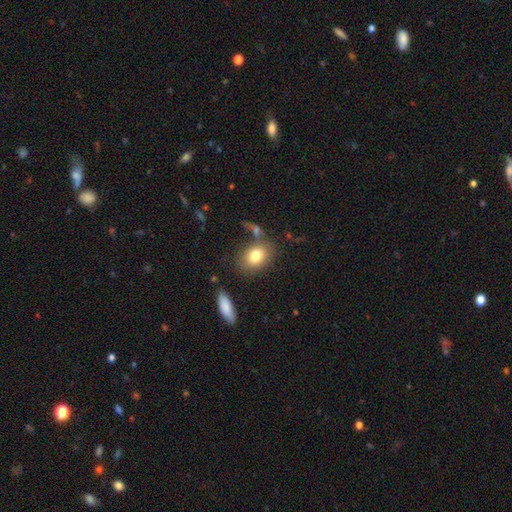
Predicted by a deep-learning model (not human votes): Q: Smooth or featured?
A: smooth (78%); runner-up: featured or disk (13%)
Q: How rounded?
A: in between (66%); runner-up: round (33%)
Q: Merging?
A: none (71%); runner-up: minor disturbance (14%)